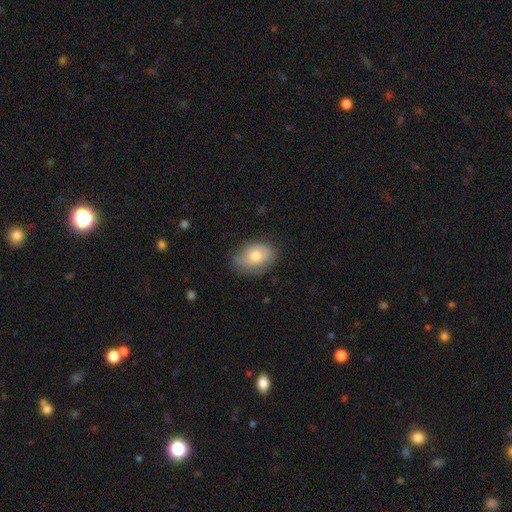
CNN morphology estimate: Q: Smooth or featured?
A: smooth (70%); runner-up: featured or disk (22%)
Q: How rounded?
A: in between (79%); runner-up: round (20%)
Q: Merging?
A: none (67%); runner-up: minor disturbance (25%)